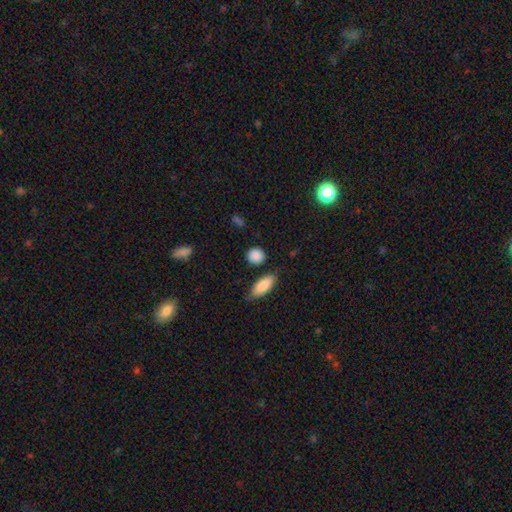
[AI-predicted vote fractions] A smooth galaxy with no disk features (88%) that is round (74%).

Vote fractions:
- Smooth or featured? smooth: 88% / star or artifact: 8% / featured or disk: 4%
- How rounded? round: 74% / in between: 23% / cigar-shaped: 3%
- Merging? none: 81% / minor disturbance: 12% / merger: 4% / major disturbance: 3%